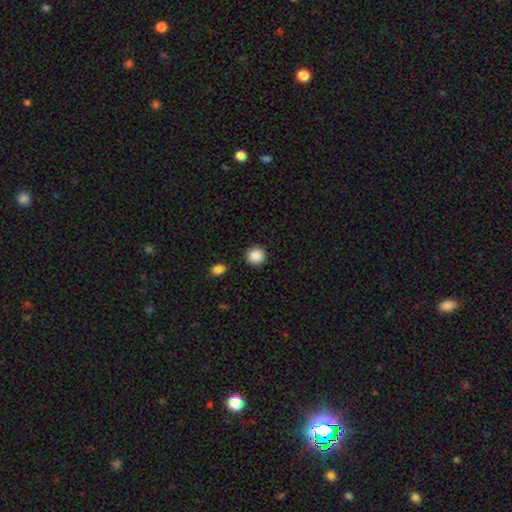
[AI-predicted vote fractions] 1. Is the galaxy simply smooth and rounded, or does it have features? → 89% smooth, 8% star or artifact, 3% featured or disk.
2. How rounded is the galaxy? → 92% round, 7% in between, 1% cigar-shaped.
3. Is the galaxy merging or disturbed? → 91% none, 6% minor disturbance, 2% major disturbance, 2% merger.